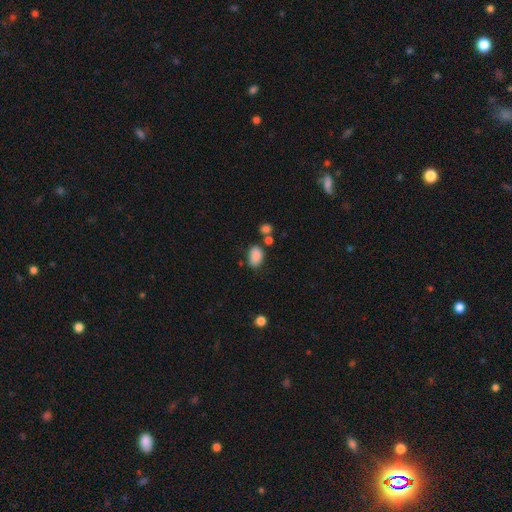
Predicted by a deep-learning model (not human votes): Smooth or featured?
  - smooth: 87% *
  - star or artifact: 9%
  - featured or disk: 5%
How rounded?
  - in between: 87% *
  - round: 12%
  - cigar-shaped: 1%
Merging?
  - none: 67% *
  - minor disturbance: 17%
  - merger: 11%
  - major disturbance: 5%